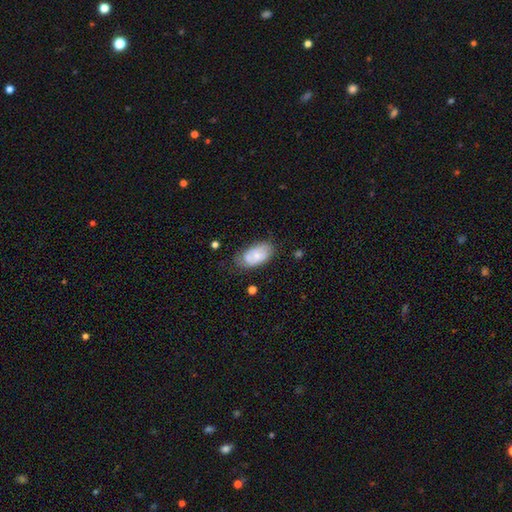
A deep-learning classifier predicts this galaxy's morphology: A smooth galaxy with no disk features (63%) that is in between round and cigar-shaped (93%). Merging: none (59%).